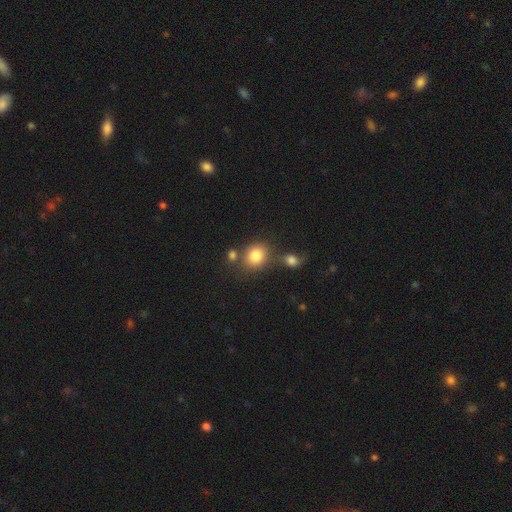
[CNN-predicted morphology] smooth_or_featured: smooth (p=0.82) [alt: star or artifact p=0.11]
how_rounded: round (p=0.67) [alt: in between p=0.32]
merging: none (p=0.59) [alt: merger p=0.24]